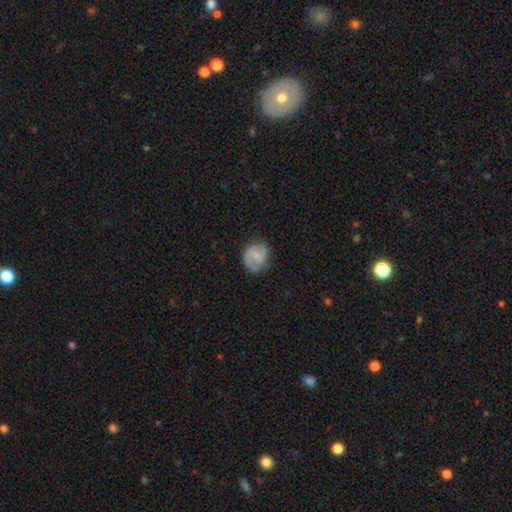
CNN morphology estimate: Smooth or featured? Predicted: smooth (p=0.47). Merging? Predicted: none (p=0.69).